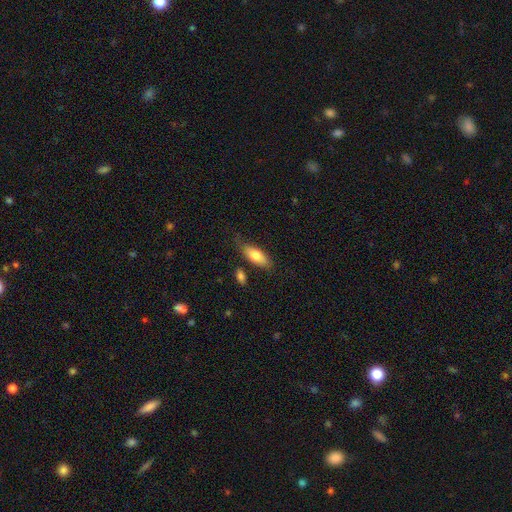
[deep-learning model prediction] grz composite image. It shows a smooth galaxy with no disk features (76%) that is in between round and cigar-shaped (78%). Merging: none (69%).